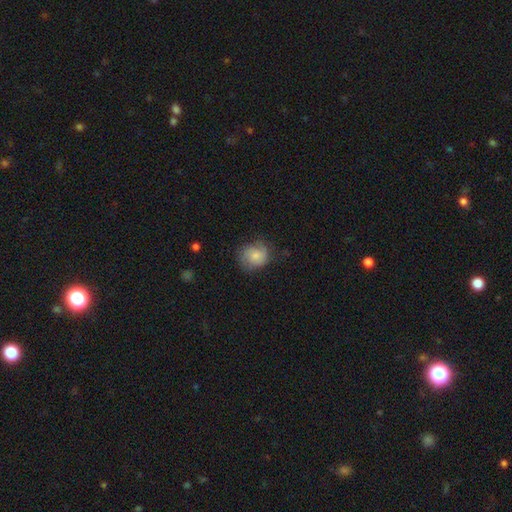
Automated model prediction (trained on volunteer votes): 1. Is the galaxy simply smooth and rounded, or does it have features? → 64% smooth, 28% featured or disk, 8% star or artifact.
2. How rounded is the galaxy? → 74% round, 25% in between, 1% cigar-shaped.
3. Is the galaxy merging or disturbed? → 64% none, 26% minor disturbance, 9% major disturbance, 1% merger.